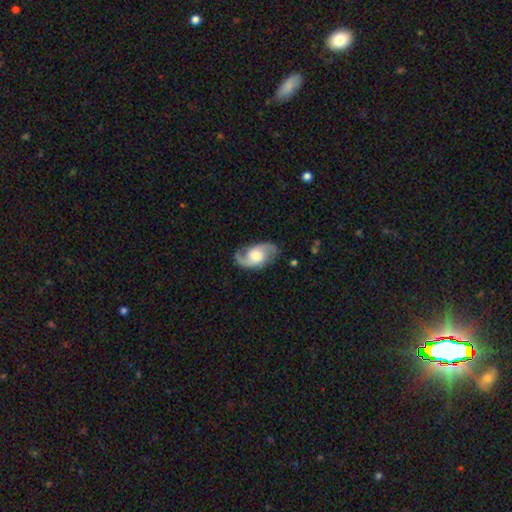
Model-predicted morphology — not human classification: type=featured or disk (86%); edge-on=no (97%); bar=no (55%); spiral arms=yes (96%); winding=medium (54%); arm count=2 (92%); bulge=moderate (54%); merging=none (81%).